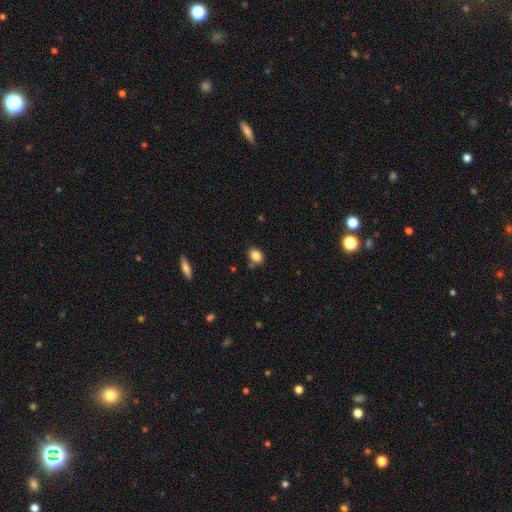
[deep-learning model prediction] Overall: smooth (85%). How rounded: in between (71%). Merging: none (72%).